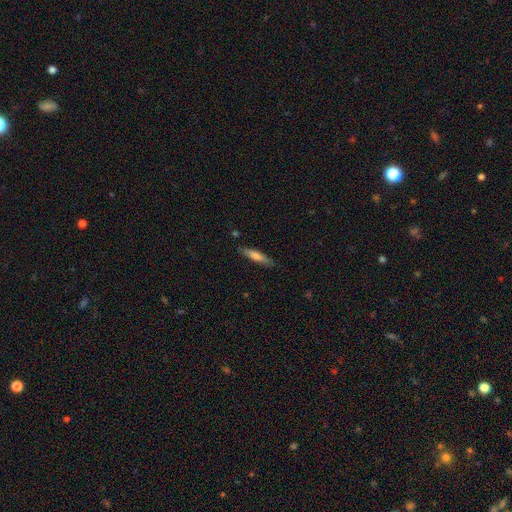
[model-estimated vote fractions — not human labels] Smooth or featured?
  - smooth: 65% *
  - featured or disk: 29%
  - star or artifact: 6%
How rounded?
  - cigar-shaped: 86% *
  - in between: 12%
  - round: 1%
Merging?
  - none: 86% *
  - minor disturbance: 10%
  - major disturbance: 2%
  - merger: 1%